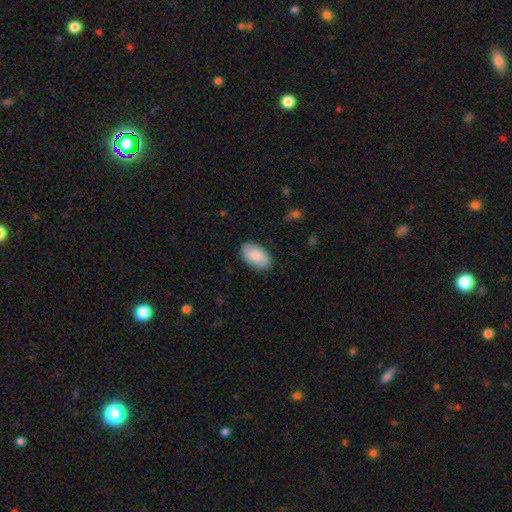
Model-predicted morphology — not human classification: Q: Smooth or featured?
A: smooth (81%); runner-up: featured or disk (13%)
Q: How rounded?
A: in between (94%); runner-up: round (4%)
Q: Merging?
A: none (85%); runner-up: minor disturbance (11%)